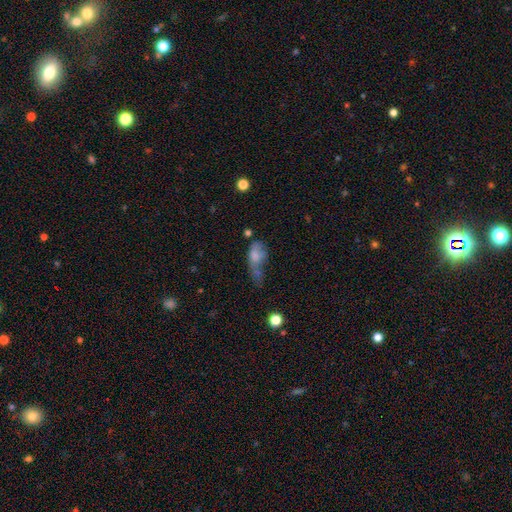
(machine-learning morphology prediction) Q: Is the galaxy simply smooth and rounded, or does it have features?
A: smooth — 66%.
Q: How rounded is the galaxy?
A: in between — 79%.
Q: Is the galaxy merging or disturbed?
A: major disturbance — 45%.